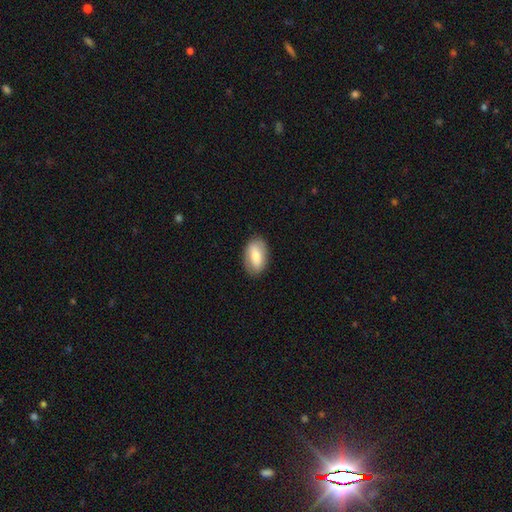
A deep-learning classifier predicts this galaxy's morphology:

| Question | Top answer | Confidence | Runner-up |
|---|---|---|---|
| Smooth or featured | smooth | 68% | featured or disk (25%) |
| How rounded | in between | 91% | round (6%) |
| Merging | none | 83% | minor disturbance (12%) |